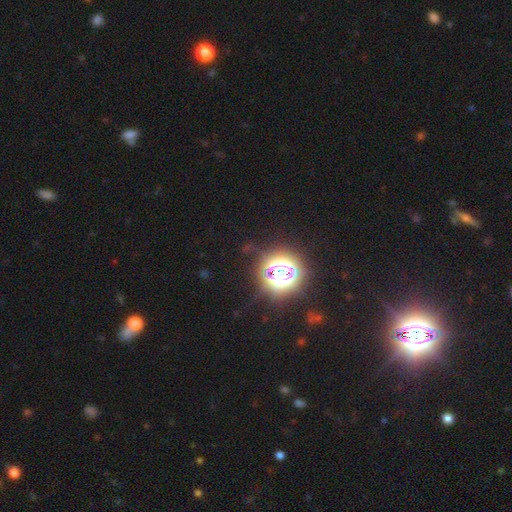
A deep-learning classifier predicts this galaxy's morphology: This is clearly a star or artifact rather than a galaxy (81%).